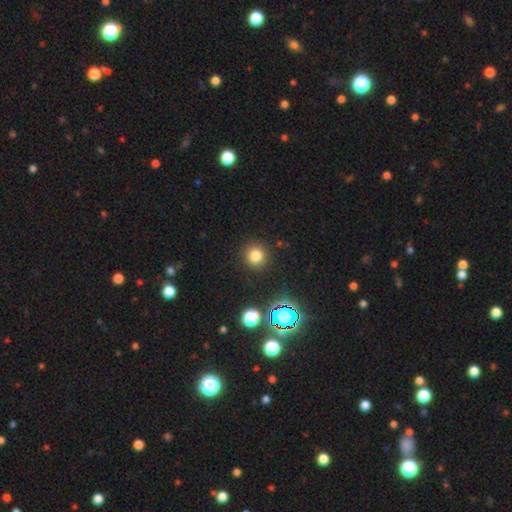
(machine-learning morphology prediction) type=smooth (78%); roundness=round (93%); merging=none (90%).